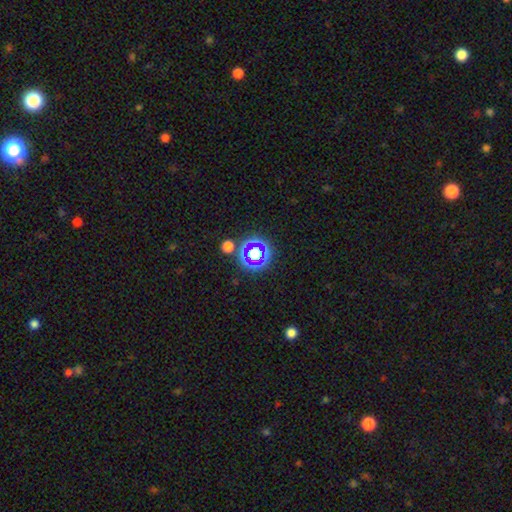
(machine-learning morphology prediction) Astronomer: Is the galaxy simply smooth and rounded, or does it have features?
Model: star or artifact — 54% (runner-up: smooth, 31%).